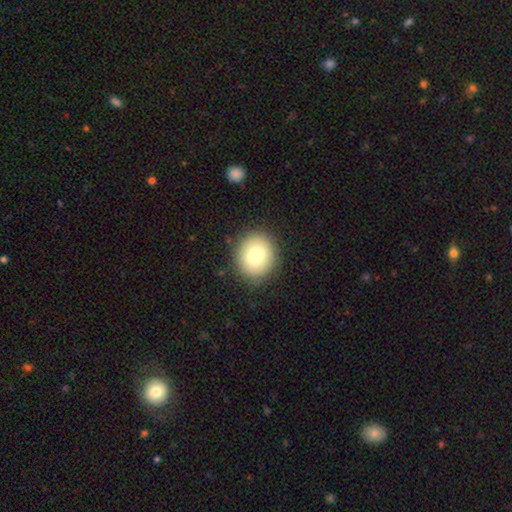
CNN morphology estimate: smooth 79%, featured or disk 12%, star or artifact 8%. Down the decision tree: how rounded — round (78%); merging — none (88%).